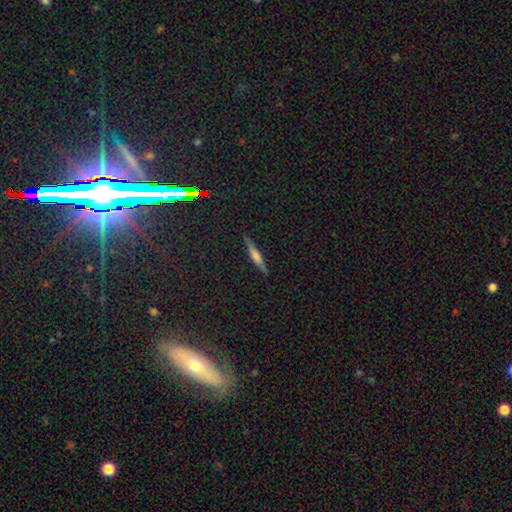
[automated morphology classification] Smooth or featured: featured or disk — 46% (smooth — 41%)
Merging: none — 89% (minor disturbance — 8%)